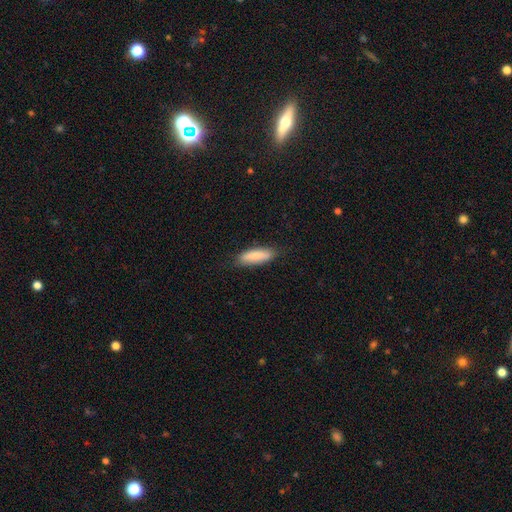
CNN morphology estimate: smooth 85%, featured or disk 9%, star or artifact 6%. Down the decision tree: how rounded — cigar-shaped (53%); merging — none (81%).